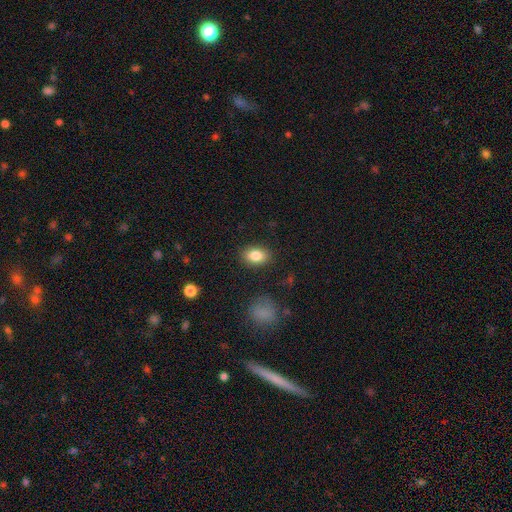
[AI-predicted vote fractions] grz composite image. It shows a smooth galaxy with no disk features (83%) that is in between round and cigar-shaped (80%). Merging: none (87%).